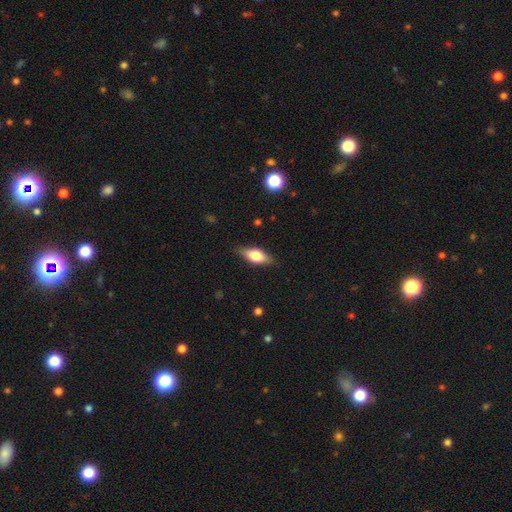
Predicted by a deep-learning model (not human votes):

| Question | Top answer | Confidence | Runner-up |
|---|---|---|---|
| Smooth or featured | smooth | 65% | featured or disk (28%) |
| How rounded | in between | 77% | cigar-shaped (19%) |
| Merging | none | 84% | minor disturbance (13%) |